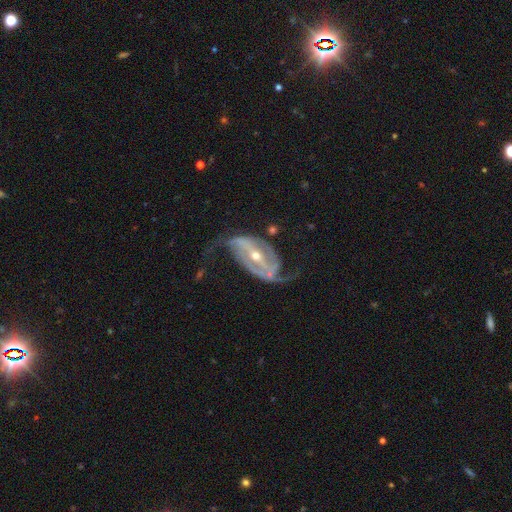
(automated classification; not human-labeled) This appears to be a featured or disk galaxy (91%) with a strong bar (65%), 2 (88%) loose (48%) spiral arms (96%) and a small central bulge (54%). Merging: none (56%).